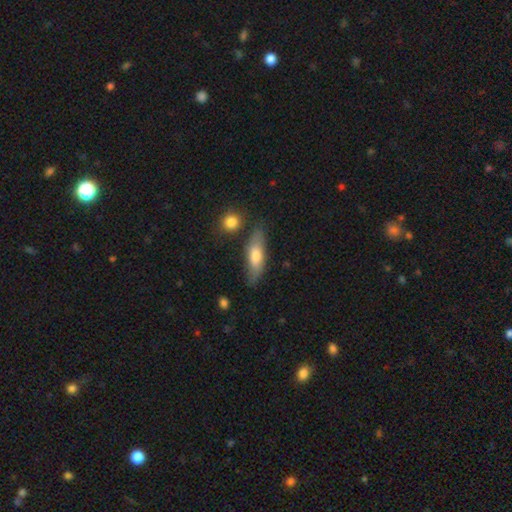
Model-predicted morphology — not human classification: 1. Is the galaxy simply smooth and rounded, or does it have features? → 65% smooth, 29% featured or disk, 6% star or artifact.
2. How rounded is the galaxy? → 53% in between, 44% cigar-shaped, 3% round.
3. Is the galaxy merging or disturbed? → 73% none, 17% minor disturbance, 6% merger, 5% major disturbance.